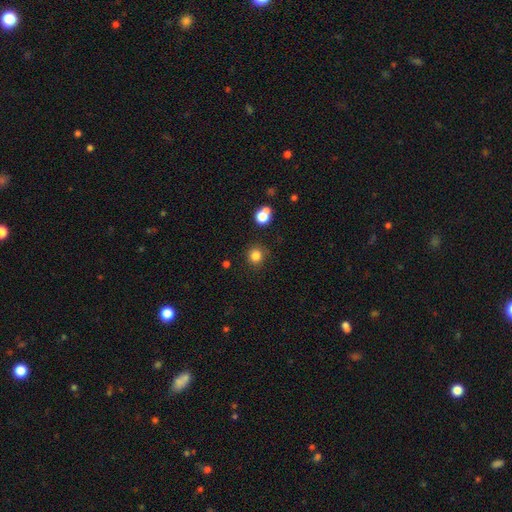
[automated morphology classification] smooth 83%, star or artifact 13%, featured or disk 4%. Down the decision tree: how rounded — round (91%); merging — none (85%).